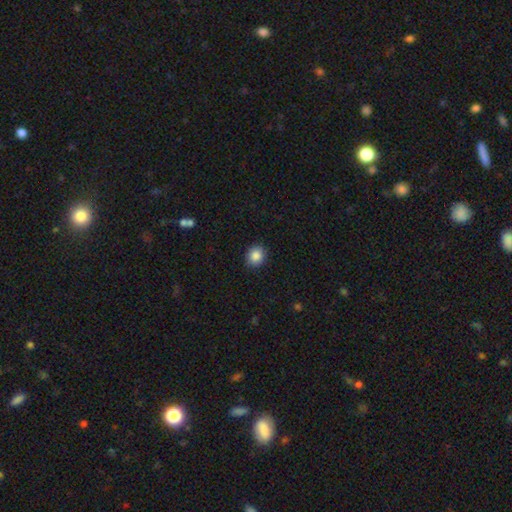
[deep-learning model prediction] smooth-or-featured: smooth: 87% | star or artifact: 9% | featured or disk: 4%
  how-rounded: round: 79% | in between: 20% | cigar-shaped: 1%
  merging: none: 90% | minor disturbance: 7% | major disturbance: 2% | merger: 1%